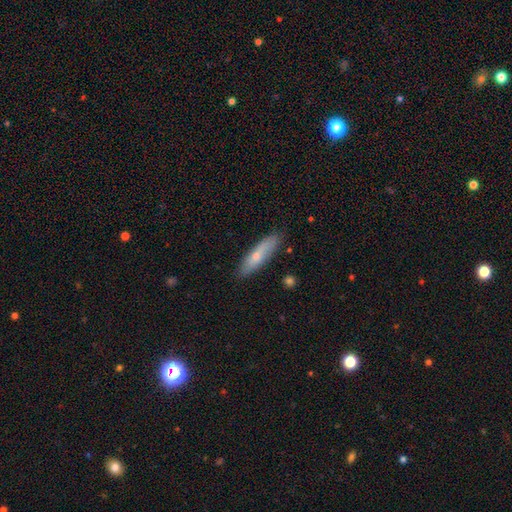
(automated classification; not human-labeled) This appears to be a smooth galaxy with no disk features (60%) that is cigar-shaped (72%). Merging: none (84%).